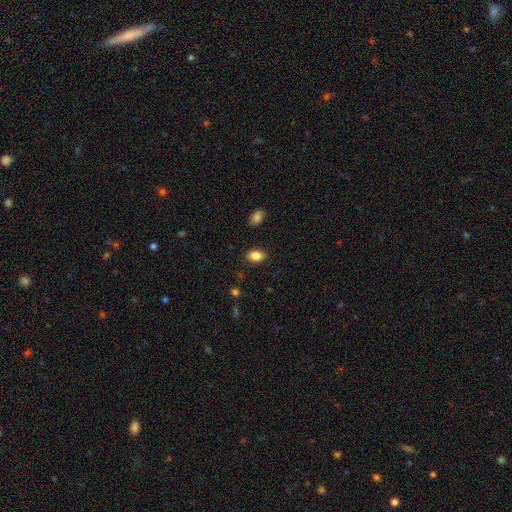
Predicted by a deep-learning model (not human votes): Smooth or featured? smooth (86%)
How rounded? in between (88%)
Merging? none (86%)